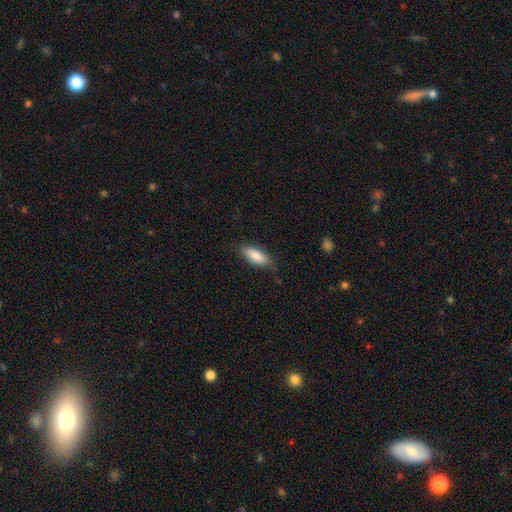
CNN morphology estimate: smooth 85%, featured or disk 9%, star or artifact 6%. Down the decision tree: how rounded — in between (73%); merging — none (74%).